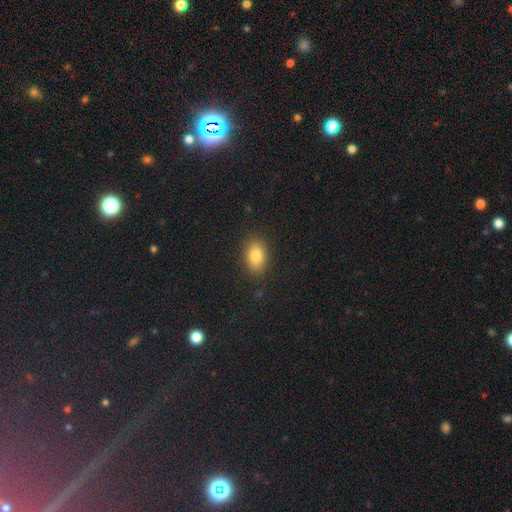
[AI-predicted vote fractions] A smooth galaxy with no disk features (82%) that is in between round and cigar-shaped (84%).

Vote fractions:
- Smooth or featured? smooth: 82% / star or artifact: 10% / featured or disk: 9%
- How rounded? in between: 84% / round: 14% / cigar-shaped: 2%
- Merging? none: 87% / minor disturbance: 9% / major disturbance: 3% / merger: 1%